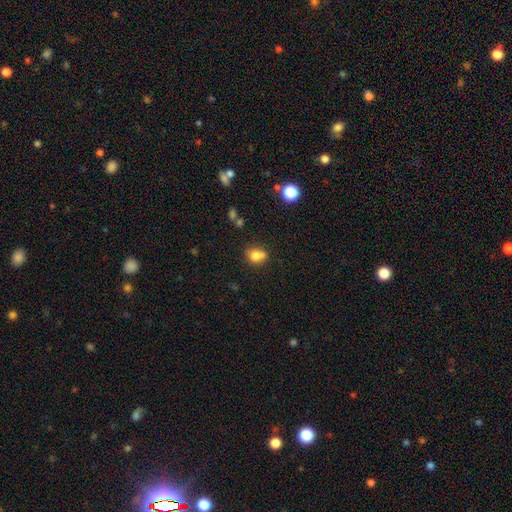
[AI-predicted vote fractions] smooth_or_featured: smooth (p=0.76) [alt: star or artifact p=0.12]
how_rounded: round (p=0.59) [alt: in between p=0.40]
merging: none (p=0.52) [alt: merger p=0.22]